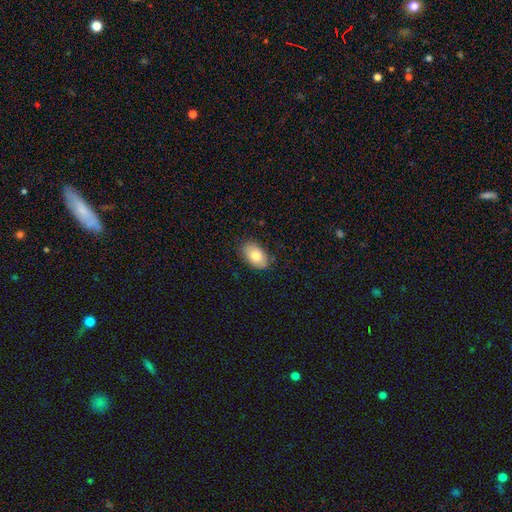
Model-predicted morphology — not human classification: Smooth or featured? smooth (79%)
How rounded? in between (93%)
Merging? none (85%)